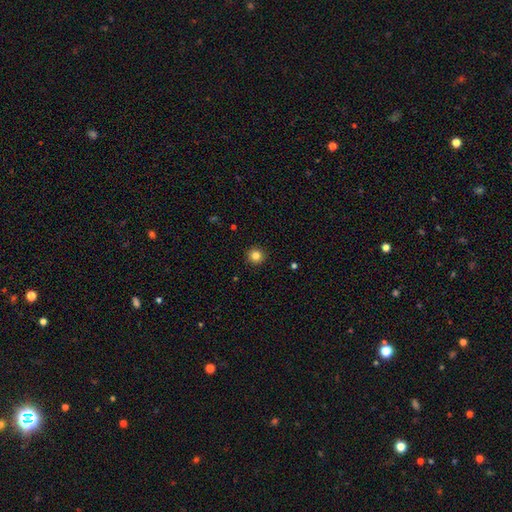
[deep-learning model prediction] Morphology: type=smooth (83%); roundness=round (95%); merging=none (93%).